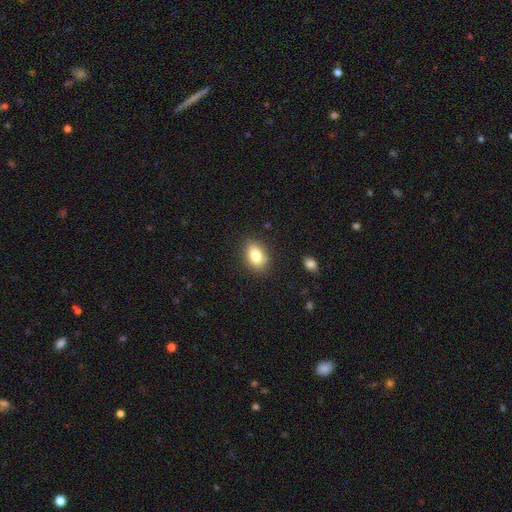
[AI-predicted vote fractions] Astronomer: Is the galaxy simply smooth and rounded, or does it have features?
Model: smooth — 81%.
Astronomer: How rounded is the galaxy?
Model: in between — 80%.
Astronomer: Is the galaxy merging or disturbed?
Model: none — 83%.